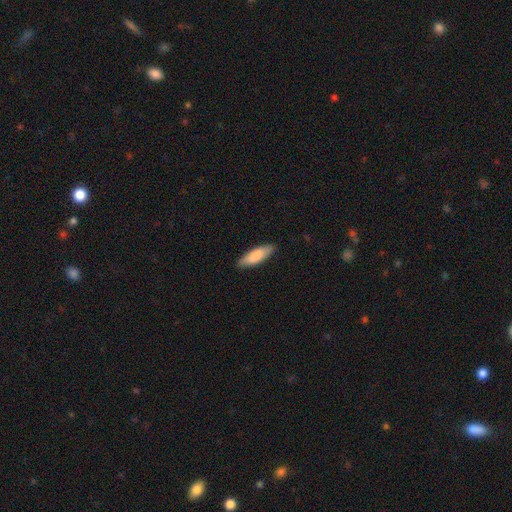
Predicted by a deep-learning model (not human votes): Smooth or featured? Predicted: smooth (p=0.84). How rounded? Predicted: in between (p=0.52). Merging? Predicted: none (p=0.87).